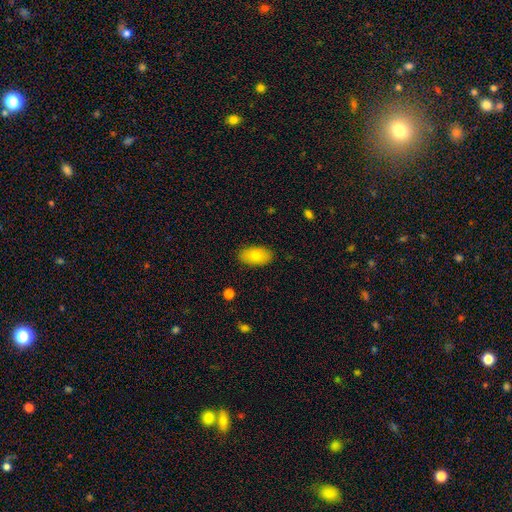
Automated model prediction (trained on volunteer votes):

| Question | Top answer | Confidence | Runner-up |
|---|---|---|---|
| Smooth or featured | smooth | 77% | featured or disk (15%) |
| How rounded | in between | 93% | round (5%) |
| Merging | none | 87% | minor disturbance (10%) |